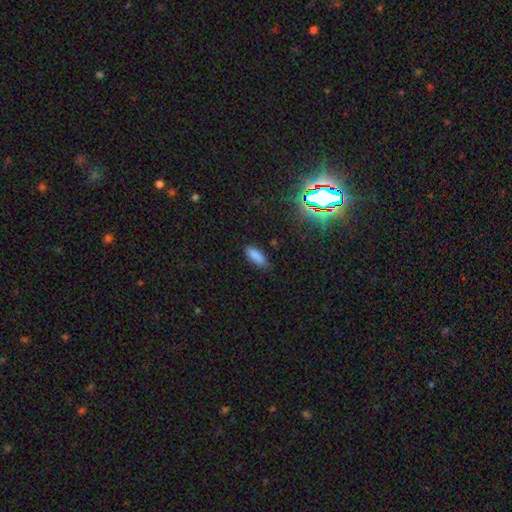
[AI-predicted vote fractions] smooth_or_featured: smooth (p=0.84) [alt: star or artifact p=0.12]
how_rounded: in between (p=0.74) [alt: cigar-shaped p=0.24]
merging: none (p=0.80) [alt: minor disturbance p=0.15]